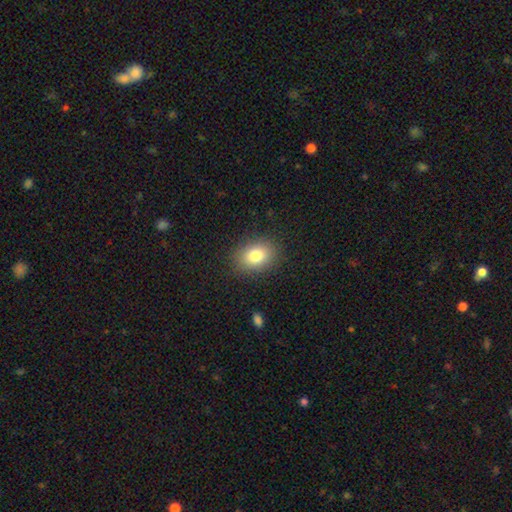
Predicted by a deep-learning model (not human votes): This is clearly a smooth galaxy (81%). How rounded: likely in between (72%). Merging: clearly none (87%).